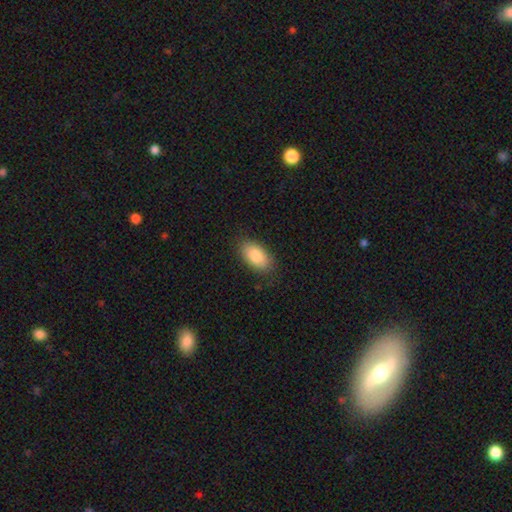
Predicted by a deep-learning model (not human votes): This is clearly a smooth galaxy (86%). How rounded: clearly in between (94%). Merging: clearly none (86%).